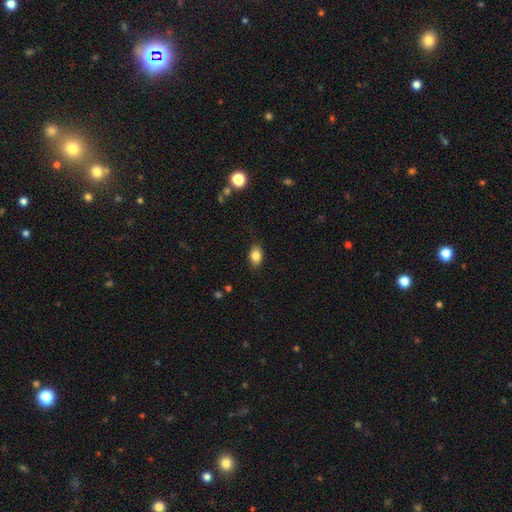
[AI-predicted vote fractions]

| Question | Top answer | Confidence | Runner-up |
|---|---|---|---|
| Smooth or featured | smooth | 84% | star or artifact (9%) |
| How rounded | in between | 82% | round (17%) |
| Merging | none | 86% | minor disturbance (10%) |